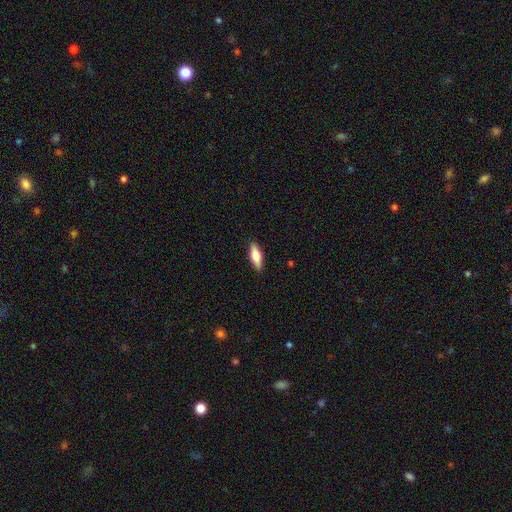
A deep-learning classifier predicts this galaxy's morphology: smooth_or_featured: smooth (p=0.62) [alt: featured or disk p=0.32]
how_rounded: in between (p=0.51) [alt: cigar-shaped p=0.47]
merging: none (p=0.89) [alt: minor disturbance p=0.09]